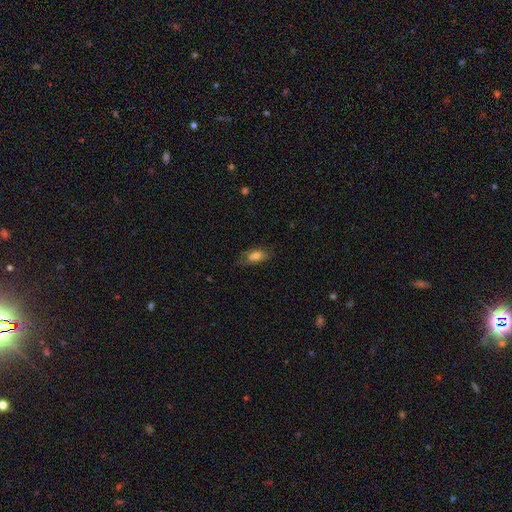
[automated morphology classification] smooth 76%, featured or disk 15%, star or artifact 9%. Down the decision tree: how rounded — in between (85%); merging — none (60%).